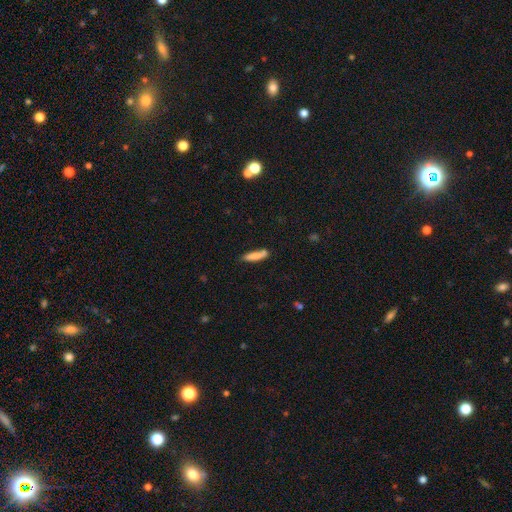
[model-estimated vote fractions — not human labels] Smooth or featured? Predicted: smooth (p=0.82). How rounded? Predicted: cigar-shaped (p=0.79). Merging? Predicted: none (p=0.69).